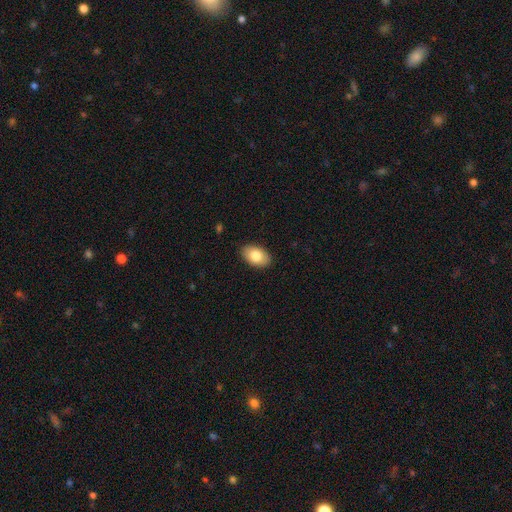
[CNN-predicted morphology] The model was most divided on "smooth or featured": smooth: 82%, featured or disk: 12%, star or artifact: 7%. More confident: how rounded — in between (92%); merging — none (89%).